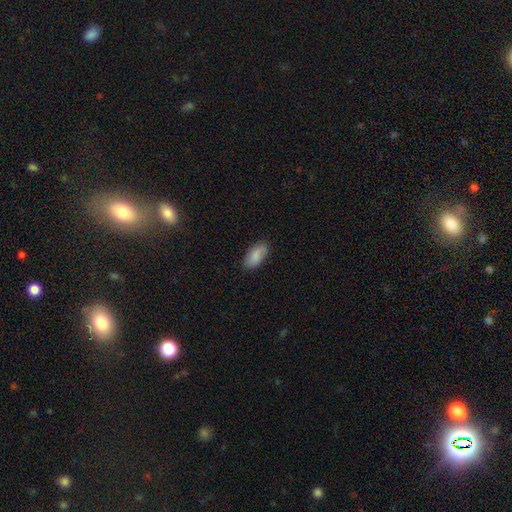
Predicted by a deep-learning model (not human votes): Smooth or featured: smooth — 88% (star or artifact — 6%)
How rounded: in between — 90% (cigar-shaped — 8%)
Merging: none — 84% (minor disturbance — 13%)